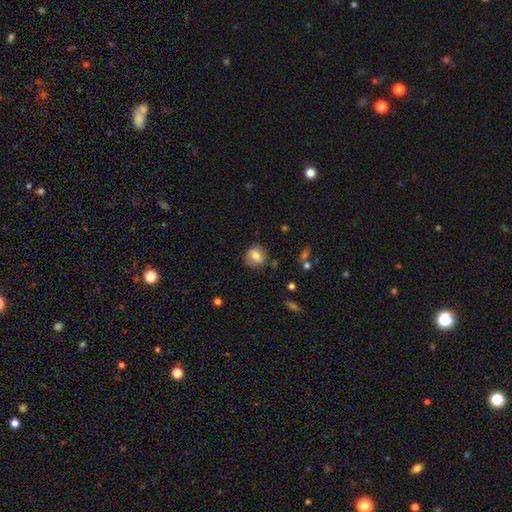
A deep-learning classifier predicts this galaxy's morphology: smooth_or_featured: smooth (p=0.78) [alt: featured or disk p=0.14]
how_rounded: round (p=0.66) [alt: in between p=0.33]
merging: none (p=0.77) [alt: minor disturbance p=0.16]